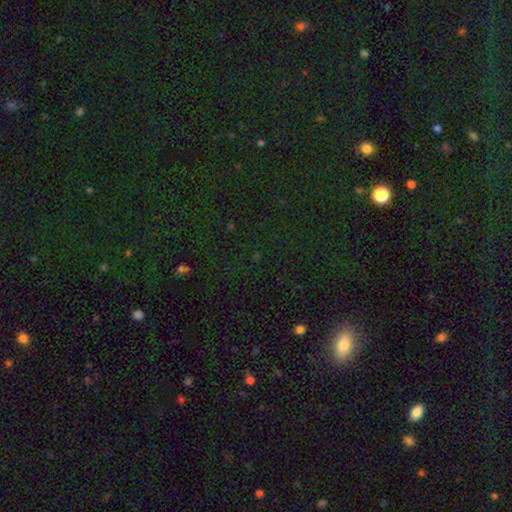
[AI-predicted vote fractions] Smooth or featured?
  - star or artifact: 60% *
  - smooth: 31%
  - featured or disk: 9%